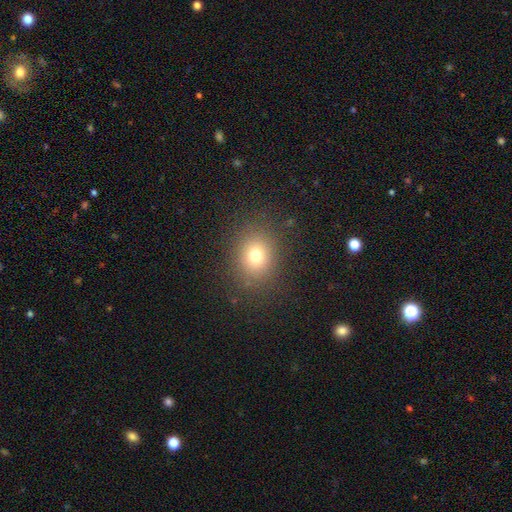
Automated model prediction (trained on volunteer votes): This appears to be a smooth galaxy with no disk features (75%) that is round (68%). Merging: none (86%).